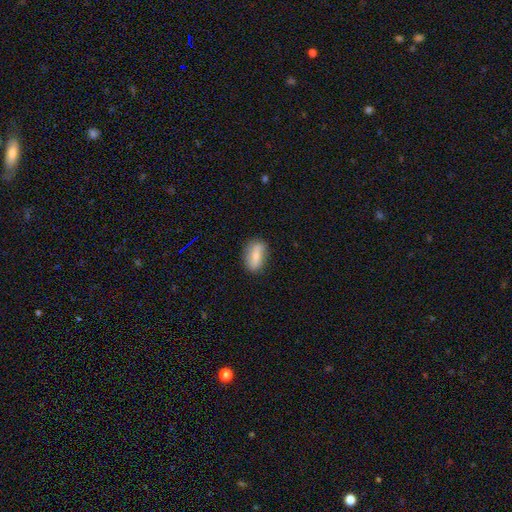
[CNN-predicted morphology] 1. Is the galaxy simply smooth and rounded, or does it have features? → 67% smooth, 25% featured or disk, 8% star or artifact.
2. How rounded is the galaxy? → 81% in between, 13% cigar-shaped, 6% round.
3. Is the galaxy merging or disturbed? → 79% none, 16% minor disturbance, 4% major disturbance, 2% merger.